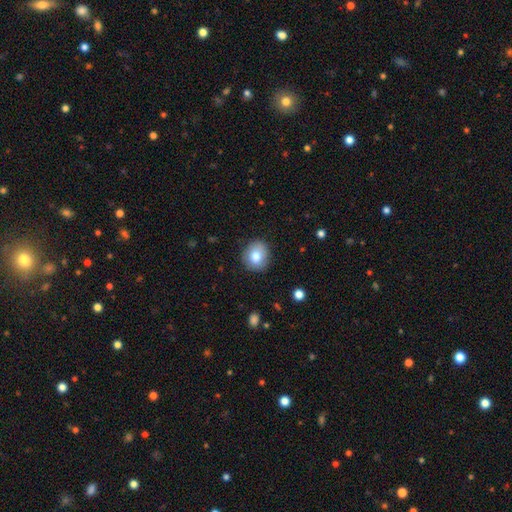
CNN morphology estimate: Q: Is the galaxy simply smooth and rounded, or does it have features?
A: smooth — 80%.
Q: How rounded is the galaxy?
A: round — 78%.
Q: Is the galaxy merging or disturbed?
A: none — 86%.